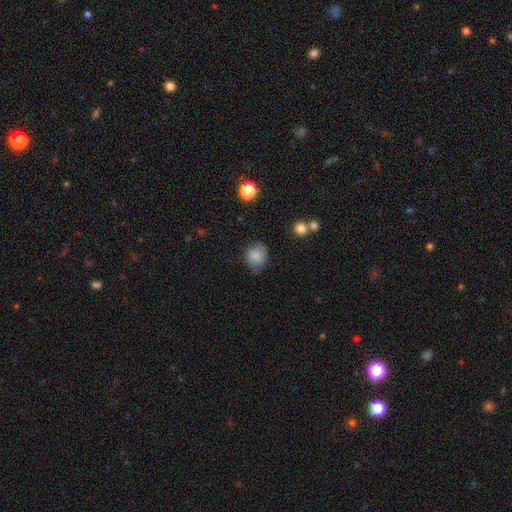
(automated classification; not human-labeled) A smooth galaxy with no disk features (83%) that is round (66%).

Vote fractions:
- Smooth or featured? smooth: 83% / star or artifact: 9% / featured or disk: 8%
- How rounded? round: 66% / in between: 33% / cigar-shaped: 1%
- Merging? none: 66% / minor disturbance: 25% / major disturbance: 6% / merger: 2%